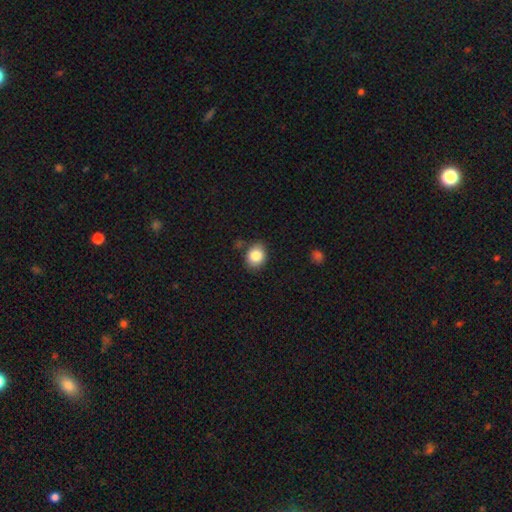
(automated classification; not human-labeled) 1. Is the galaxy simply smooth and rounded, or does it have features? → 84% smooth, 9% star or artifact, 7% featured or disk.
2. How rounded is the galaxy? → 50% round, 49% in between, 1% cigar-shaped.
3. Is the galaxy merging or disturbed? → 78% none, 14% minor disturbance, 4% merger, 3% major disturbance.